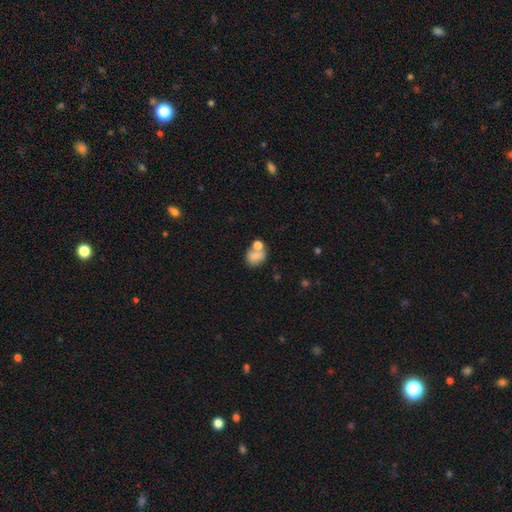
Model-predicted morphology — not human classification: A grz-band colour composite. It shows a smooth galaxy with no disk features (75%) that is round (50%). Merging: none (40%).